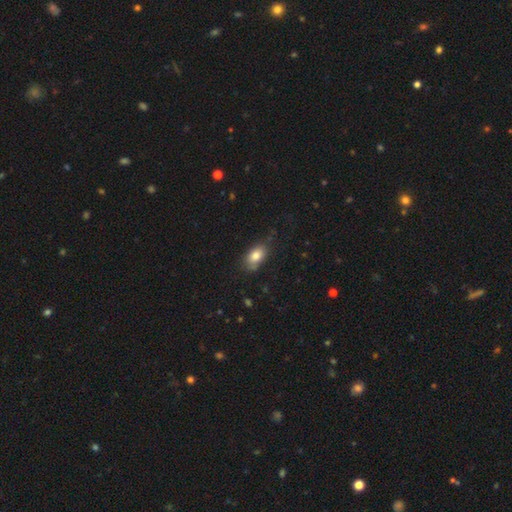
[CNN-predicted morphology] Q: Smooth or featured?
A: smooth (82%); runner-up: featured or disk (10%)
Q: How rounded?
A: in between (87%); runner-up: round (10%)
Q: Merging?
A: none (71%); runner-up: minor disturbance (21%)